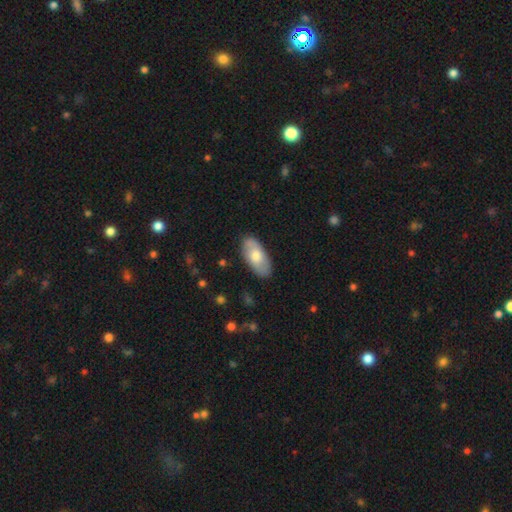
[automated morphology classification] smooth 66%, featured or disk 29%, star or artifact 5%. Down the decision tree: how rounded — in between (91%); merging — none (82%).